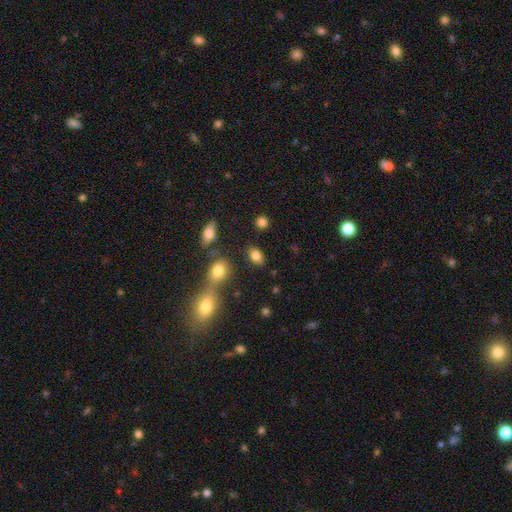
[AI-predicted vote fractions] This appears to be a smooth galaxy with no disk features (82%) that is in between round and cigar-shaped (85%). Merging: none (78%).